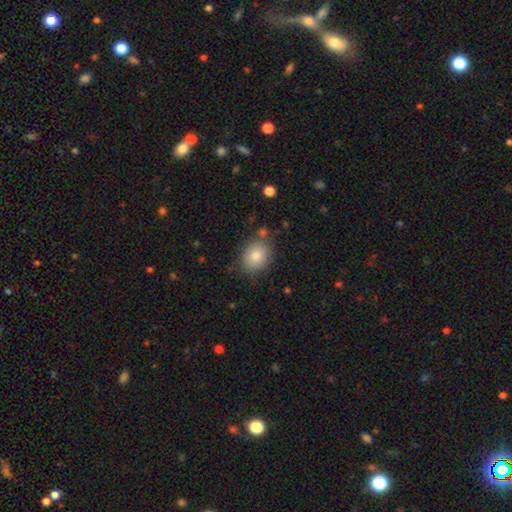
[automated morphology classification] Overall: smooth (82%). How rounded: in between (60%; round 39%). Merging: none (81%).